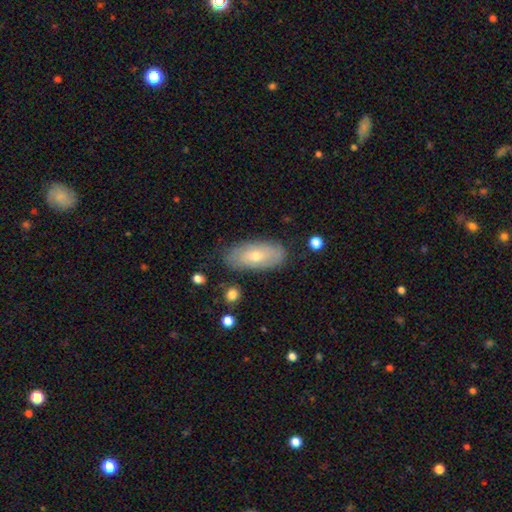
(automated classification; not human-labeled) Q: Smooth or featured?
A: smooth (55%); runner-up: featured or disk (39%)
Q: How rounded?
A: in between (90%); runner-up: cigar-shaped (7%)
Q: Merging?
A: none (81%); runner-up: minor disturbance (14%)